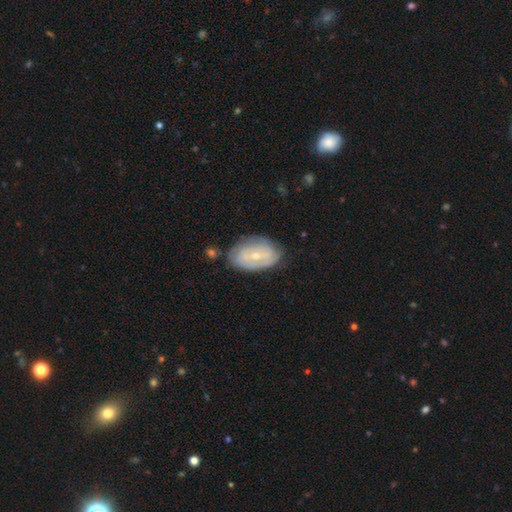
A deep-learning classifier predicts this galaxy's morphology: Overall: featured or disk (60%; smooth 33%). Edge-on disk: no (94%). Bar: no (55%; weak 36%). Spiral arms: yes (68%; no 32%). Bulge size: small (61%; moderate 36%). Merging: none (67%).